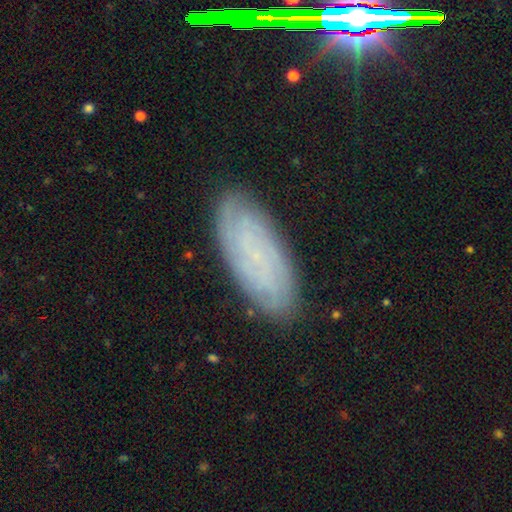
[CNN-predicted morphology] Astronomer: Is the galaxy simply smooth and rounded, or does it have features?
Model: featured or disk — 59%.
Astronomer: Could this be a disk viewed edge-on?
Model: no — 88%.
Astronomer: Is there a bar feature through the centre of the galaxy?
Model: no — 72%.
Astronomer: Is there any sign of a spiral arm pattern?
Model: yes — 88%.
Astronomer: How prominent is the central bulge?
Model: small — 69%.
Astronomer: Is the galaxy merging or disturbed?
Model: none — 83%.